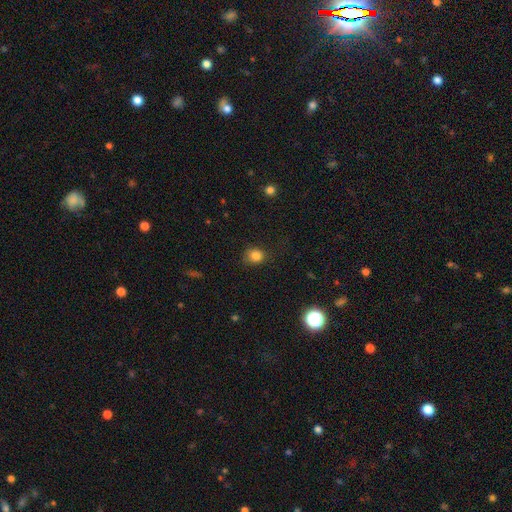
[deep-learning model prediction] The model was most divided on "how rounded": round: 73%, in between: 26%, cigar-shaped: 1%. More confident: smooth or featured — smooth (83%); merging — none (75%).